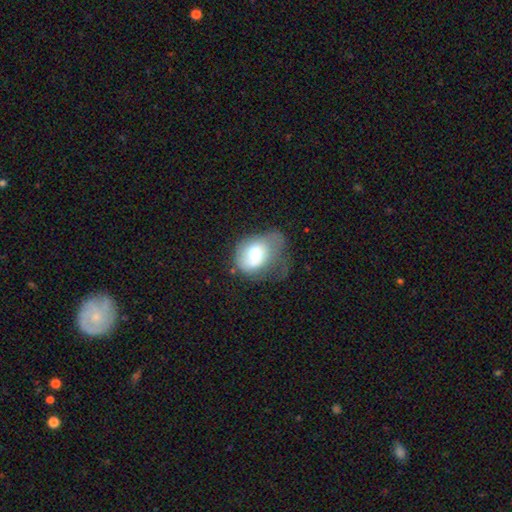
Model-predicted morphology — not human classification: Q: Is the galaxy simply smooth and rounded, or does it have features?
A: smooth — 62%.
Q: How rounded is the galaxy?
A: in between — 51%.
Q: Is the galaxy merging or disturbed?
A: major disturbance — 36%.